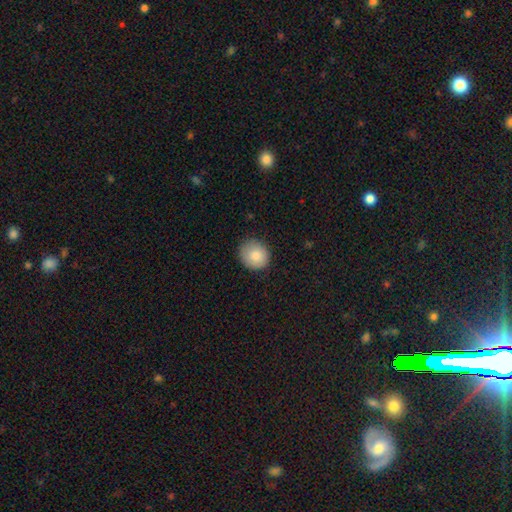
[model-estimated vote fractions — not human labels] smooth_or_featured: smooth (p=0.84) [alt: star or artifact p=0.08]
how_rounded: round (p=0.81) [alt: in between p=0.18]
merging: none (p=0.84) [alt: minor disturbance p=0.12]